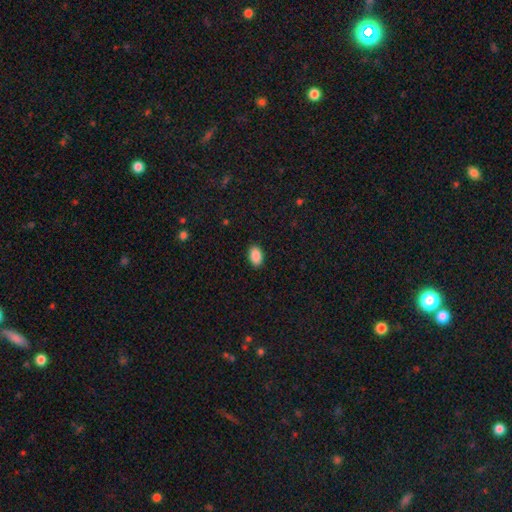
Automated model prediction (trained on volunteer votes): Smooth or featured: smooth — 89% (star or artifact — 7%)
How rounded: in between — 91% (round — 8%)
Merging: none — 89% (minor disturbance — 8%)